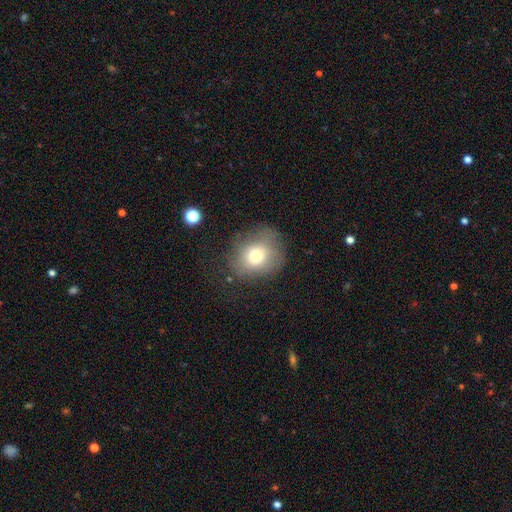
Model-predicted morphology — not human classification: This appears to be a smooth galaxy with no disk features (74%) that is round (67%). Merging: none (63%).